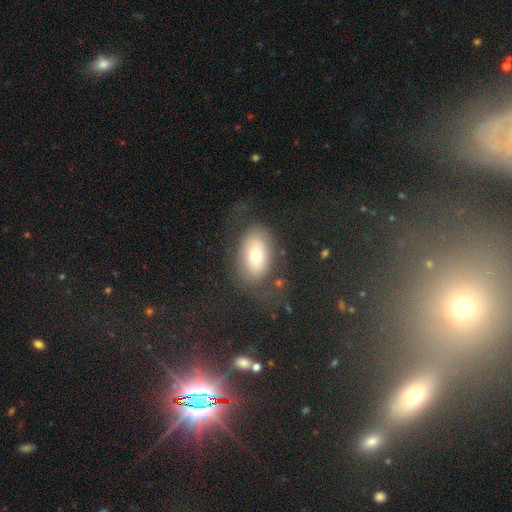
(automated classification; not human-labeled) A smooth galaxy with no disk features (61%) that is in between round and cigar-shaped (88%).

Vote fractions:
- Smooth or featured? smooth: 61% / featured or disk: 30% / star or artifact: 10%
- How rounded? in between: 88% / round: 10% / cigar-shaped: 2%
- Merging? none: 63% / major disturbance: 19% / minor disturbance: 16% / merger: 2%